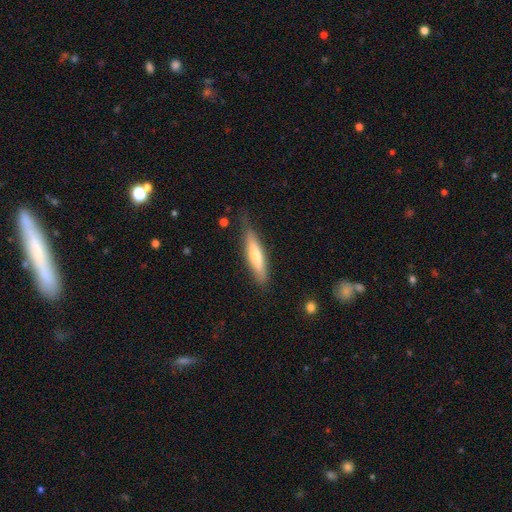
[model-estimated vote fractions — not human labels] Q: Smooth or featured?
A: smooth (53%); runner-up: featured or disk (41%)
Q: How rounded?
A: cigar-shaped (80%); runner-up: in between (19%)
Q: Merging?
A: none (75%); runner-up: minor disturbance (19%)